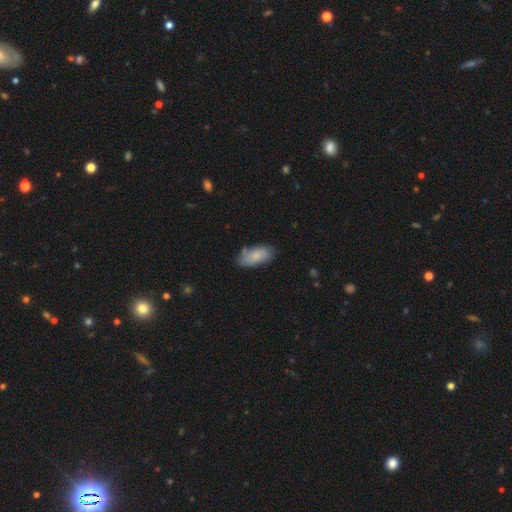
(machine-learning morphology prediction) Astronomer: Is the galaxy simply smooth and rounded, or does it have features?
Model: smooth — 69%.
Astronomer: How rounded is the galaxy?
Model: in between — 90%.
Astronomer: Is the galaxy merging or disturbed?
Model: none — 69%.